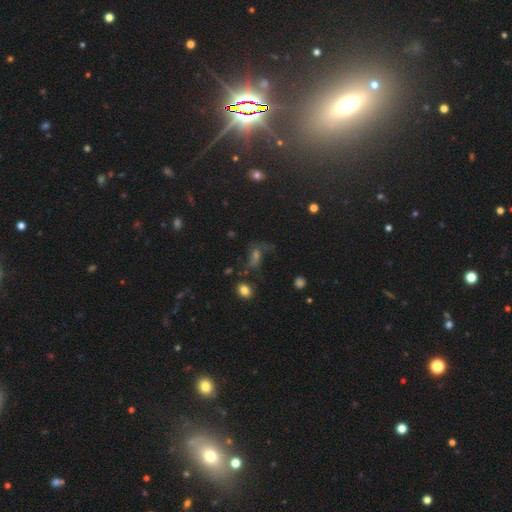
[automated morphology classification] Q: Smooth or featured?
A: star or artifact (40%); runner-up: smooth (31%)